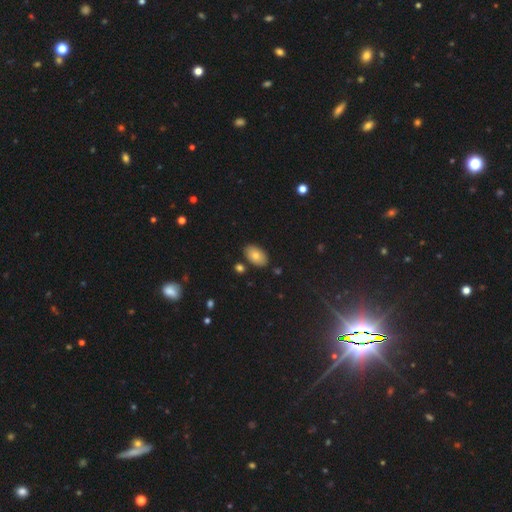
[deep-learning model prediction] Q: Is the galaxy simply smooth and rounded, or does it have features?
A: smooth — 79%.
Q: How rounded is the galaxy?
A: in between — 92%.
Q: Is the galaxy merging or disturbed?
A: none — 84%.